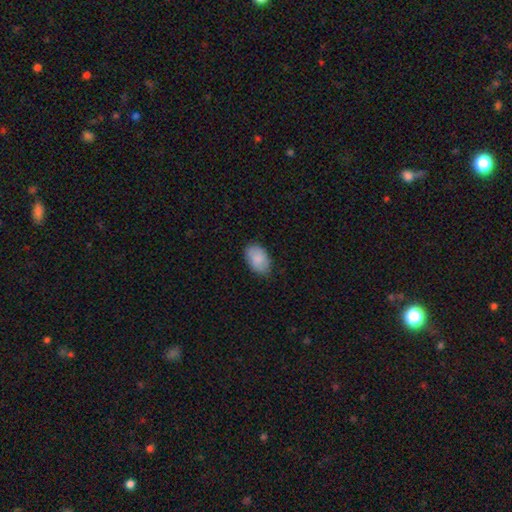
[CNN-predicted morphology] Smooth or featured?
  - smooth: 84% *
  - featured or disk: 10%
  - star or artifact: 6%
How rounded?
  - in between: 89% *
  - round: 9%
  - cigar-shaped: 1%
Merging?
  - none: 79% *
  - minor disturbance: 17%
  - major disturbance: 3%
  - merger: 1%